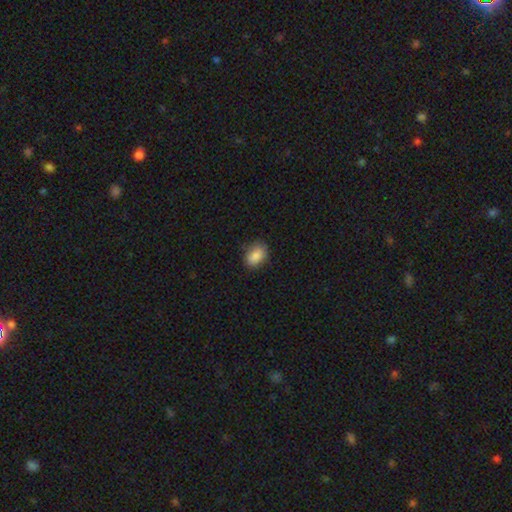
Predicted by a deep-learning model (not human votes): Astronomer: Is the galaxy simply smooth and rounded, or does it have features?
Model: smooth — 87%.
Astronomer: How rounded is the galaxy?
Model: in between — 83%.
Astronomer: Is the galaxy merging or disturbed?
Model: none — 78%.